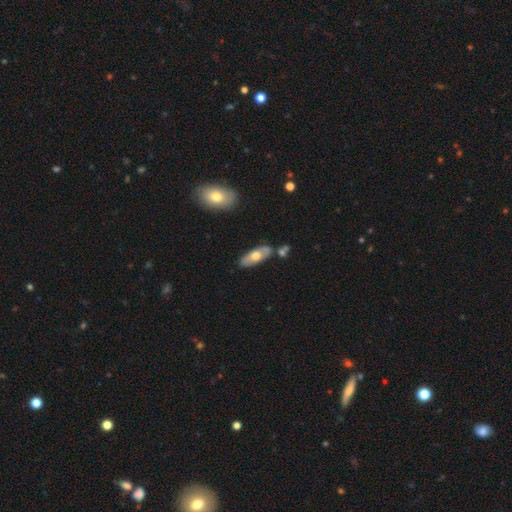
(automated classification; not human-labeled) Smooth or featured? smooth (55%)
How rounded? in between (77%)
Merging? none (72%)